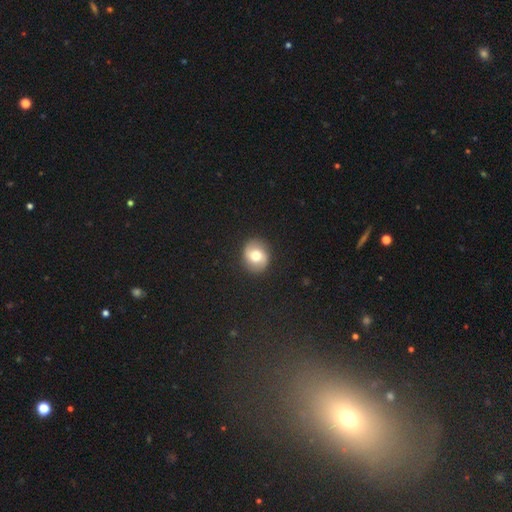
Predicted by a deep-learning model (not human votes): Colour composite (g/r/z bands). It shows a smooth galaxy with no disk features (52%) that is round (75%). Merging: none (88%).